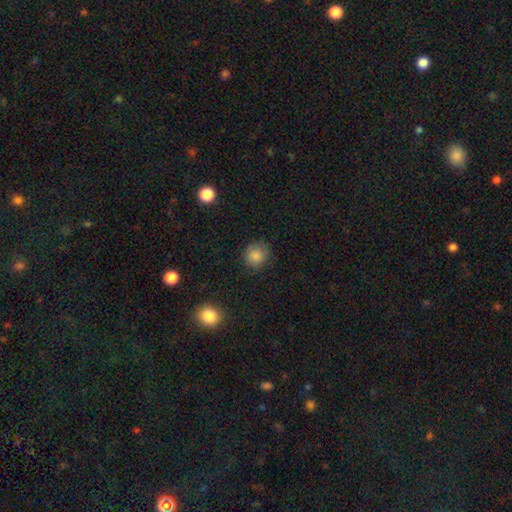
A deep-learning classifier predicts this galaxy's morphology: A smooth galaxy with no disk features (85%) that is round (87%). Merging: none (82%).